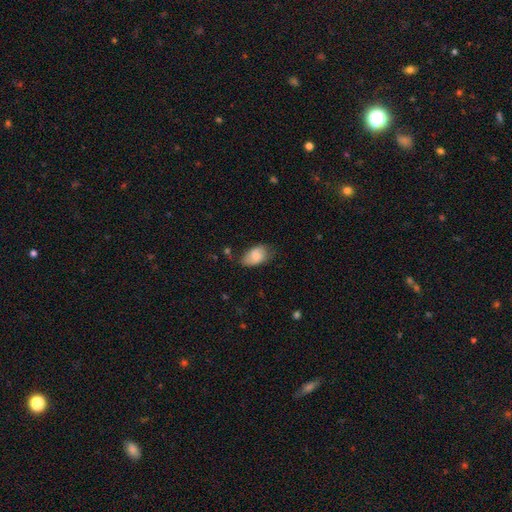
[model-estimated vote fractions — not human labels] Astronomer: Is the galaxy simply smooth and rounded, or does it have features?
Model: smooth — 80%.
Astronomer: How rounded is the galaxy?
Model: in between — 91%.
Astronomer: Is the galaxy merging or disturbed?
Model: none — 59%.